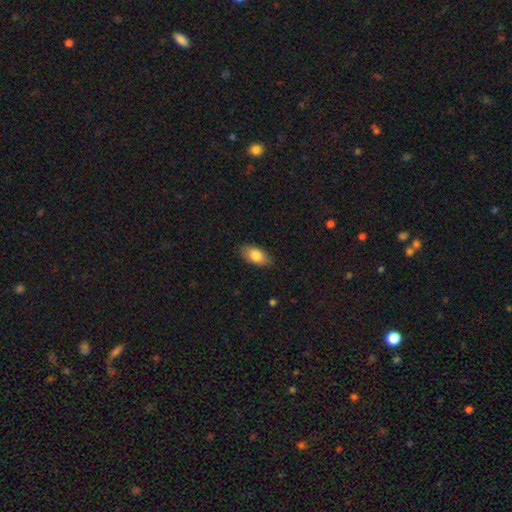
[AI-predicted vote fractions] Morphology: type=smooth (82%); roundness=in between (92%); merging=none (85%).